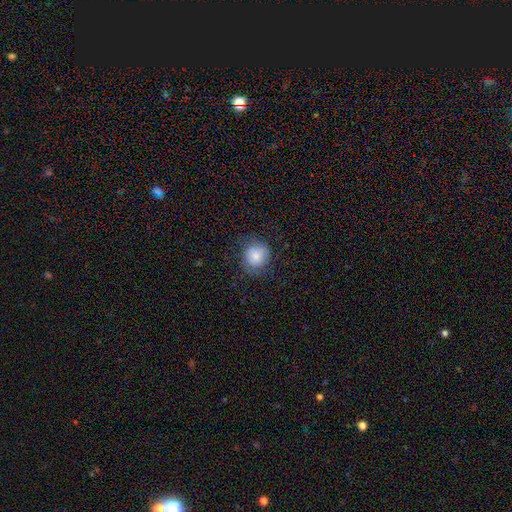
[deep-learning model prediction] Smooth or featured? smooth (78%)
How rounded? round (85%)
Merging? none (71%)